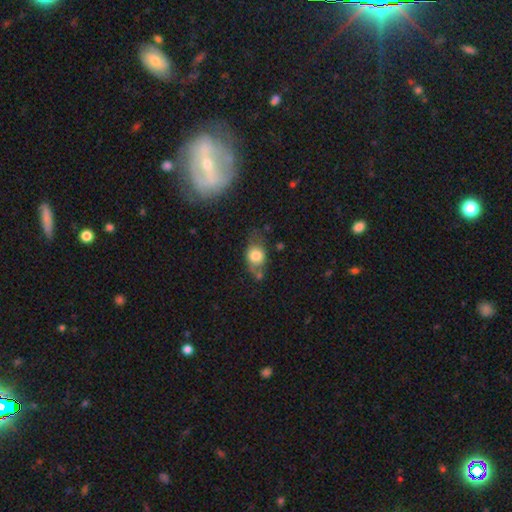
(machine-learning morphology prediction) A smooth galaxy with no disk features (73%) that is in between round and cigar-shaped (55%).

Vote fractions:
- Smooth or featured? smooth: 73% / featured or disk: 18% / star or artifact: 9%
- How rounded? in between: 55% / round: 43% / cigar-shaped: 2%
- Merging? none: 45% / minor disturbance: 29% / major disturbance: 14% / merger: 12%